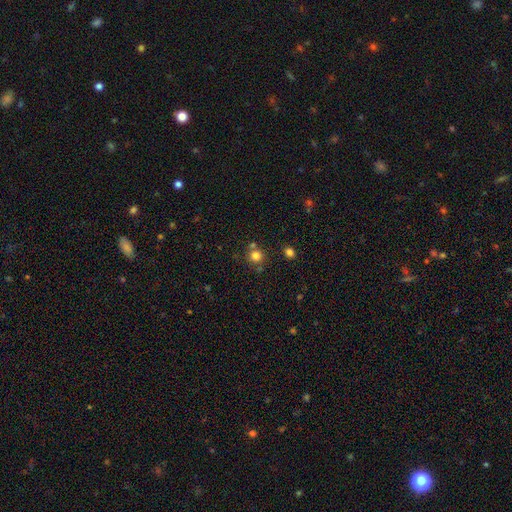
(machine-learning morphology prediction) The model was most divided on "merging": none: 73%, merger: 15%, minor disturbance: 9%, major disturbance: 3%. More confident: how rounded — round (90%); smooth or featured — smooth (78%).